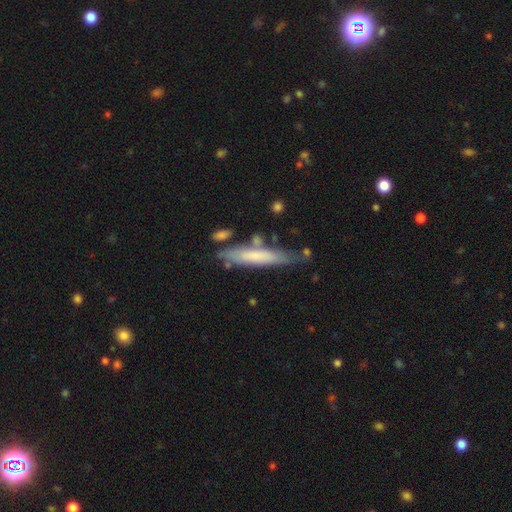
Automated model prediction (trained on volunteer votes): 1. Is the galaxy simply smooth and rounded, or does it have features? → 58% smooth, 36% featured or disk, 6% star or artifact.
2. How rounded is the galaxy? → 87% cigar-shaped, 12% in between, 1% round.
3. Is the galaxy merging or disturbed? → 62% none, 22% minor disturbance, 9% merger, 6% major disturbance.